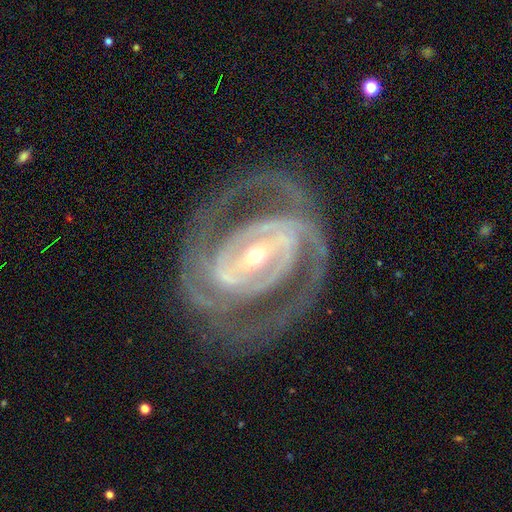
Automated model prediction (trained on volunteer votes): smooth-or-featured: featured or disk: 90% | star or artifact: 5% | smooth: 5%
  disk-edge-on: no: 96% | yes: 4%
    bar: strong: 60% | weak: 26% | no: 13%
    has-spiral-arms: yes: 93% | no: 7%
      spiral-winding: tight: 56% | medium: 36% | loose: 8%
      spiral-arm-count: 2: 64% | can't tell: 13% | 3: 12% | 4: 4% | 1: 4% | more than 4: 3%
    bulge-size: small: 62% | moderate: 33% | large: 3% | dominant: 1% | none: 1%
  merging: none: 72% | minor disturbance: 14% | major disturbance: 13% | merger: 1%